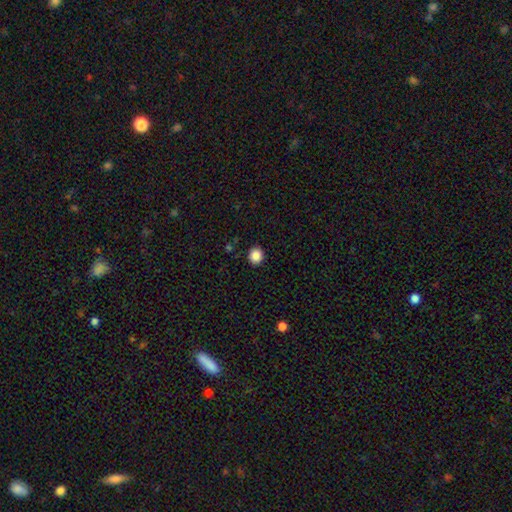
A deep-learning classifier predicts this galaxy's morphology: The model was most divided on "how rounded": round: 87%, in between: 12%, cigar-shaped: 1%. More confident: merging — none (91%); smooth or featured — smooth (87%).